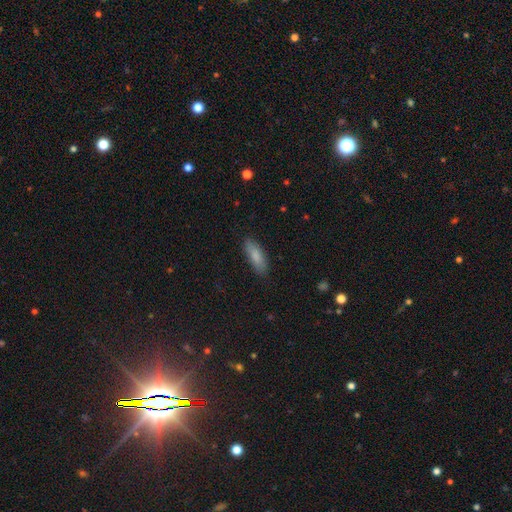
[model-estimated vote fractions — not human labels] Smooth or featured? smooth (84%)
How rounded? in between (58%)
Merging? none (84%)